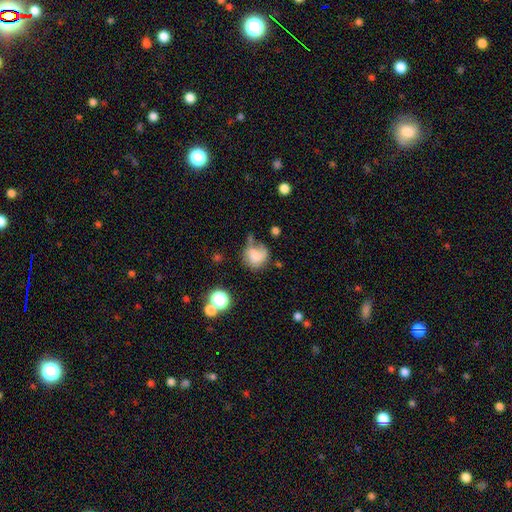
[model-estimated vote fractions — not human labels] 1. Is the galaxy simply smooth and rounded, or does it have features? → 66% smooth, 23% featured or disk, 11% star or artifact.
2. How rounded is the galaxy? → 68% round, 31% in between, 1% cigar-shaped.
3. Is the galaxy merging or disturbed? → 33% none, 30% major disturbance, 27% minor disturbance, 10% merger.